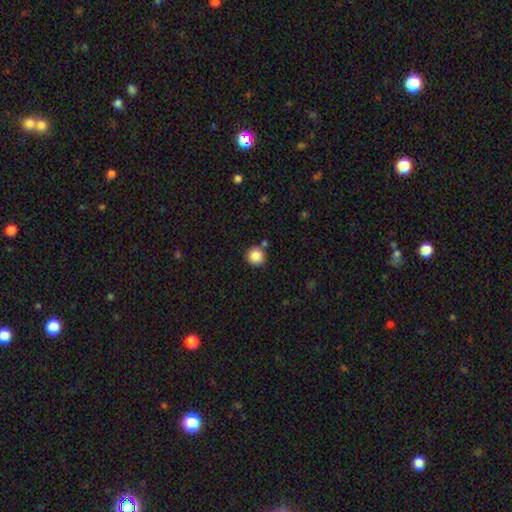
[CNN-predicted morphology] smooth_or_featured: smooth (p=0.86) [alt: star or artifact p=0.09]
how_rounded: round (p=0.94) [alt: in between p=0.05]
merging: none (p=0.80) [alt: merger p=0.09]